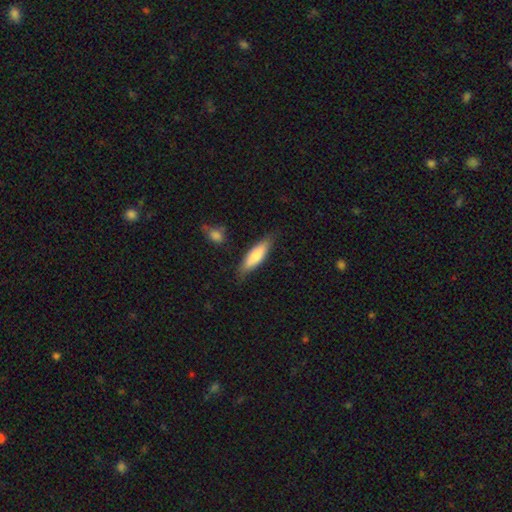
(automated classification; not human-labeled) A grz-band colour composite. It shows a smooth galaxy with no disk features (74%) that is cigar-shaped (55%). Merging: none (79%).